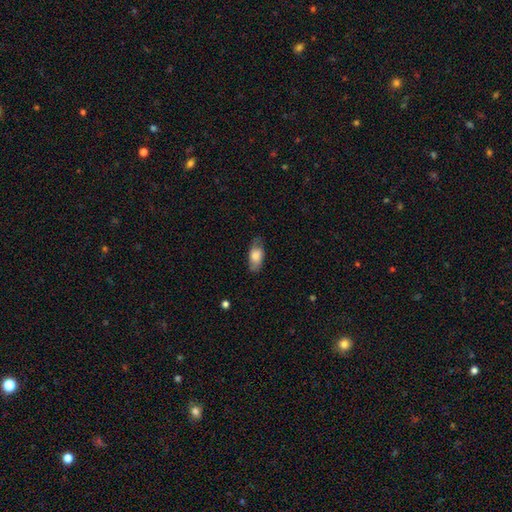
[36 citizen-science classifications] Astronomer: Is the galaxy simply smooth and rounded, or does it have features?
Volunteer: smooth — 92%.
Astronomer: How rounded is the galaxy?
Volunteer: in between — 73%.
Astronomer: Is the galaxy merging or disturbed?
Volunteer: none — 78%.